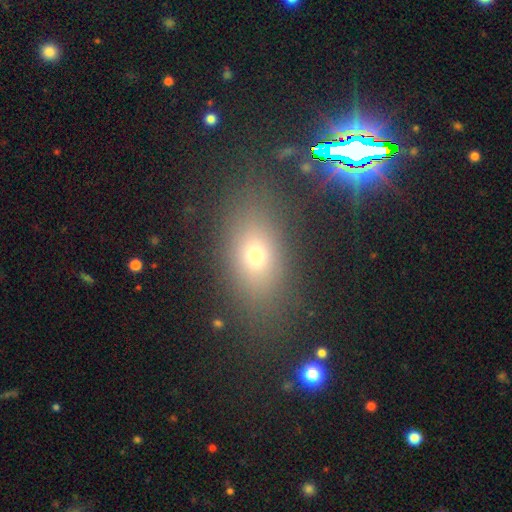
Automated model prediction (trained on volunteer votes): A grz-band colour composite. It shows a smooth galaxy with no disk features (67%) that is in between round and cigar-shaped (75%). Merging: none (78%).